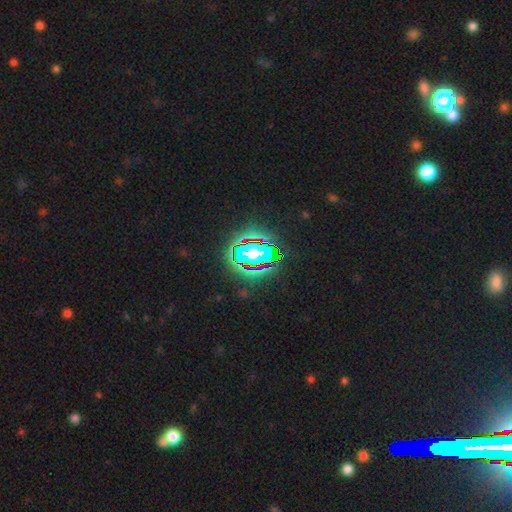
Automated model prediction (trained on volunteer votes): This is likely a star or artifact rather than a galaxy (61%).